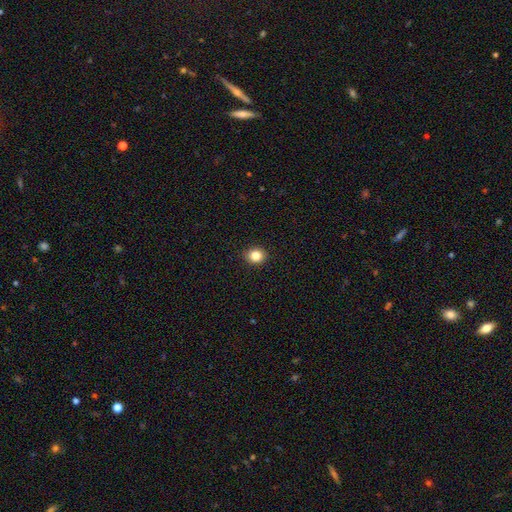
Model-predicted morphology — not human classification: Smooth or featured: smooth — 84% (star or artifact — 11%)
How rounded: round — 75% (in between — 25%)
Merging: none — 91% (minor disturbance — 6%)